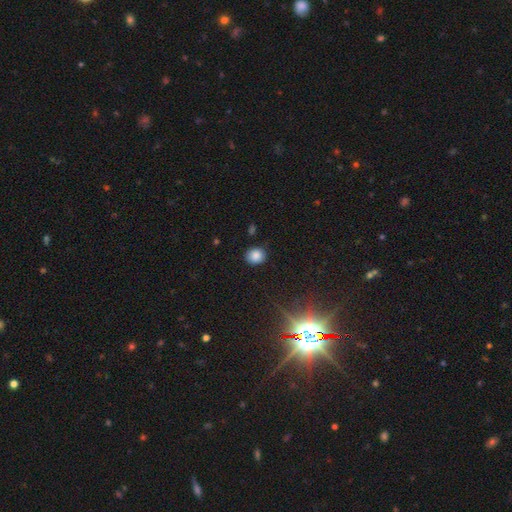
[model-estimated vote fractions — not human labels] Overall: smooth (83%). How rounded: round (71%). Merging: none (85%).